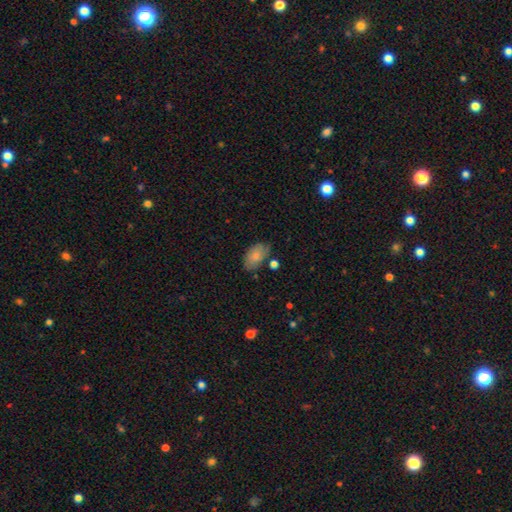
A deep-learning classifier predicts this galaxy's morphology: Smooth or featured: smooth — 78% (featured or disk — 14%)
How rounded: in between — 93% (round — 5%)
Merging: none — 69% (minor disturbance — 21%)